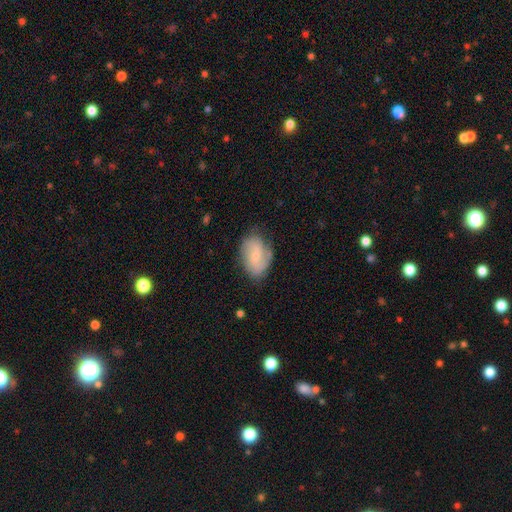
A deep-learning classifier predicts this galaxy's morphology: Overall: featured or disk (51%; smooth 42%). Edge-on disk: no (96%). Merging: none (66%).